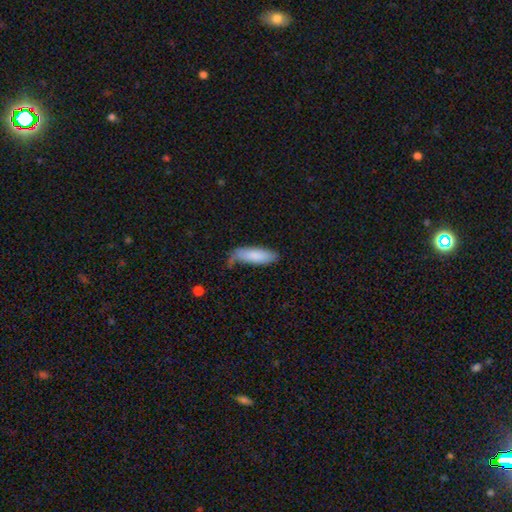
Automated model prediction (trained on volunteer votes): smooth-or-featured: smooth: 82% | featured or disk: 12% | star or artifact: 5%
  how-rounded: in between: 59% | cigar-shaped: 39% | round: 2%
  merging: none: 50% | minor disturbance: 33% | major disturbance: 12% | merger: 5%